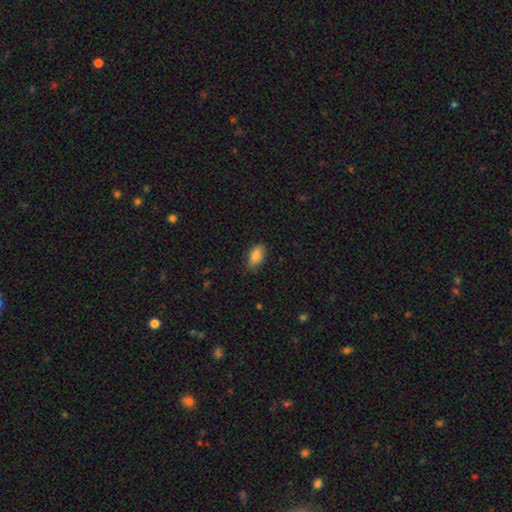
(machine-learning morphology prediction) Q: Smooth or featured?
A: smooth (84%); runner-up: featured or disk (8%)
Q: How rounded?
A: in between (91%); runner-up: round (6%)
Q: Merging?
A: none (78%); runner-up: minor disturbance (18%)